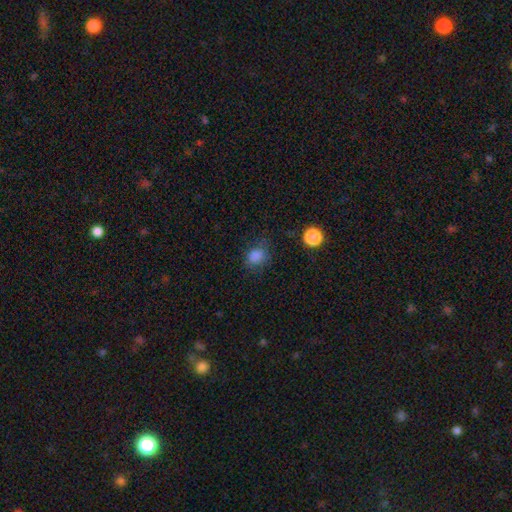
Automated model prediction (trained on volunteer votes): This appears to be a smooth galaxy with no disk features (82%) that is round (51%). Merging: none (68%).